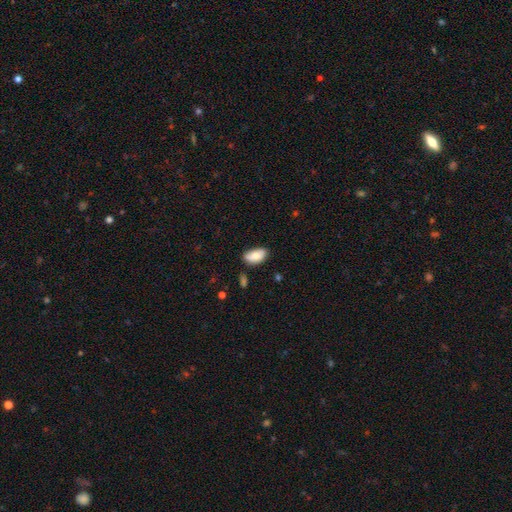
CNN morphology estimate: This appears to be a smooth galaxy with no disk features (79%) that is in between round and cigar-shaped (94%). Merging: none (66%).